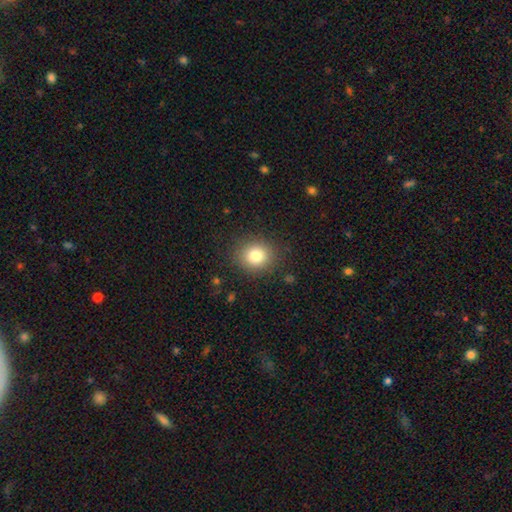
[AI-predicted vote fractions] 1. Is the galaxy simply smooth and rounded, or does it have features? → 81% smooth, 11% star or artifact, 8% featured or disk.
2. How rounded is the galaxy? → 80% round, 19% in between, 1% cigar-shaped.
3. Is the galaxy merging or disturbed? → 87% none, 8% minor disturbance, 3% major disturbance, 1% merger.